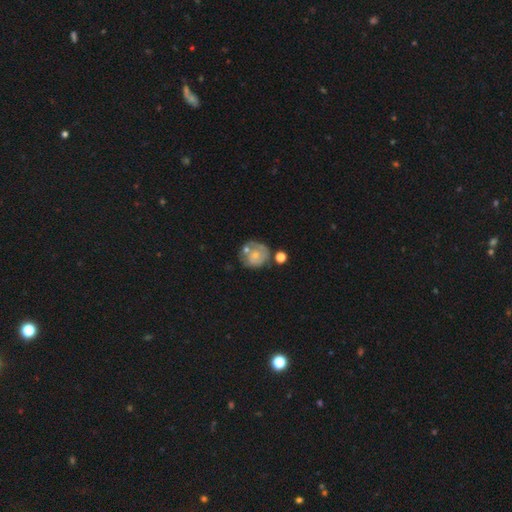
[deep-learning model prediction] Morphology: type=featured or disk (52%); edge-on=no (98%); bar=no (83%); spiral arms=yes (52%); bulge=small (65%); merging=none (44%).